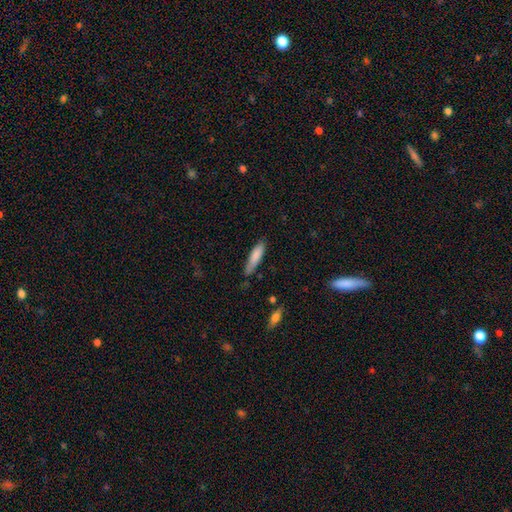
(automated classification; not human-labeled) Smooth or featured? Predicted: smooth (p=0.83). How rounded? Predicted: cigar-shaped (p=0.75). Merging? Predicted: none (p=0.70).